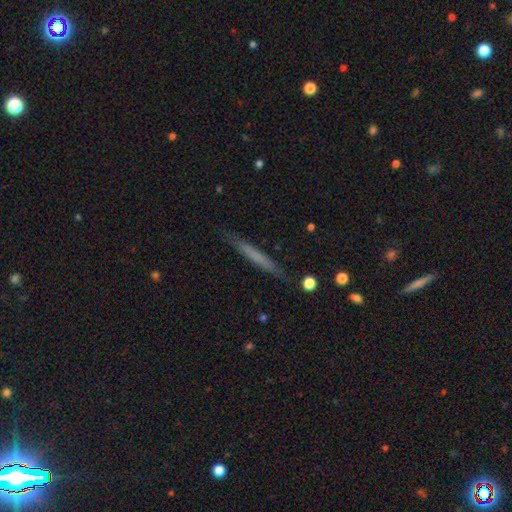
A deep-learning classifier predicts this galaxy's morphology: A smooth galaxy with no disk features (54%) that is cigar-shaped (96%). Merging: none (88%).